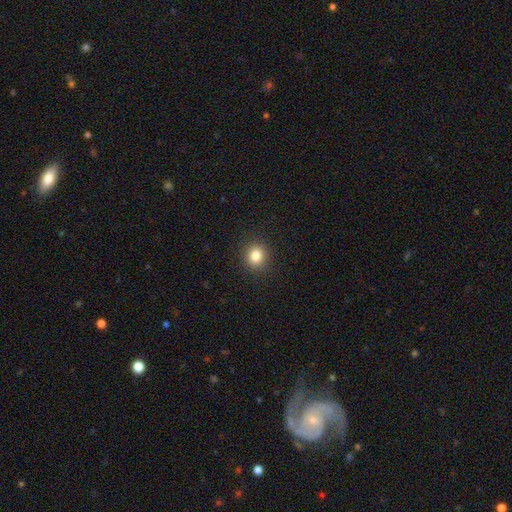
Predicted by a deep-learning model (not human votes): This appears to be a smooth galaxy with no disk features (82%) that is round (87%). Merging: none (92%).